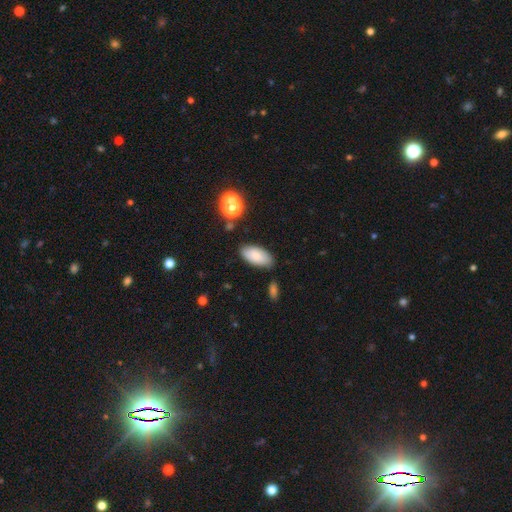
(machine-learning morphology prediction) smooth 80%, featured or disk 12%, star or artifact 8%. Down the decision tree: how rounded — in between (92%); merging — none (80%).